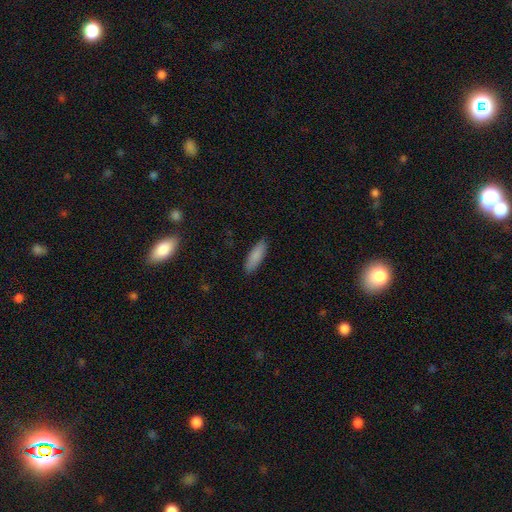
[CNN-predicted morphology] smooth 87%, featured or disk 7%, star or artifact 6%. Down the decision tree: how rounded — in between (53%); merging — none (88%).